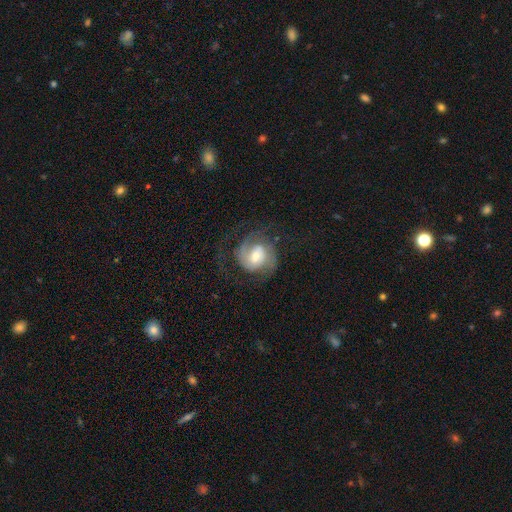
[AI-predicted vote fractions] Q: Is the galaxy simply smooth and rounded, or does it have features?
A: featured or disk — 81%.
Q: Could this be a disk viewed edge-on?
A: no — 98%.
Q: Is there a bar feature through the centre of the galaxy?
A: weak — 51%.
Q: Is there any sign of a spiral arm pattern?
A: yes — 95%.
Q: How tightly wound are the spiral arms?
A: medium — 48%.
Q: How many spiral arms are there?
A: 2 — 74%.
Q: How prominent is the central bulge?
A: moderate — 51%.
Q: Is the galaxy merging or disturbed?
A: none — 64%.